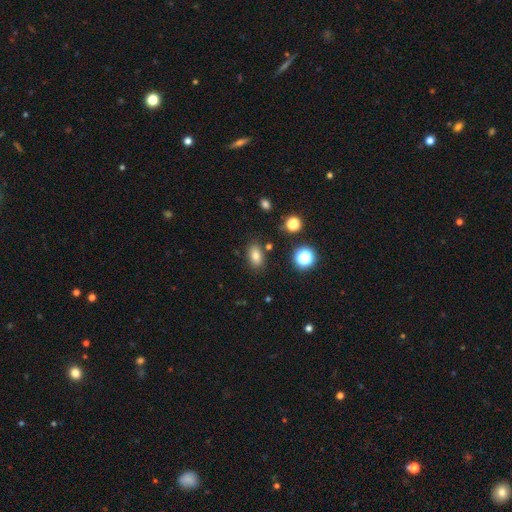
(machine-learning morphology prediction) This appears to be a smooth galaxy with no disk features (77%) that is in between round and cigar-shaped (85%). Merging: none (83%).